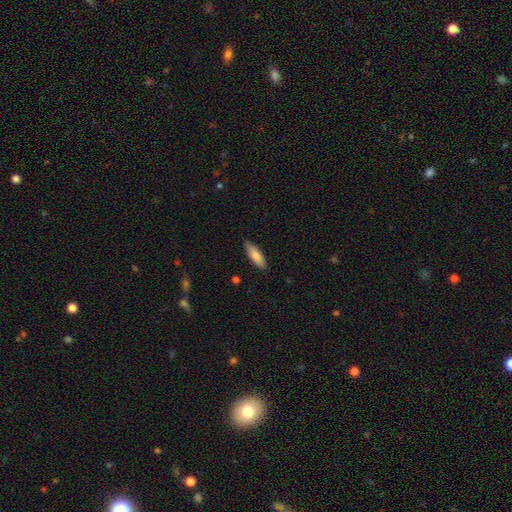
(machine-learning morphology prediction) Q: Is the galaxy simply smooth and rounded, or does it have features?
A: smooth — 82%.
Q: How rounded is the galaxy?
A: in between — 51%.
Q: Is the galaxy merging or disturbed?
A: none — 85%.